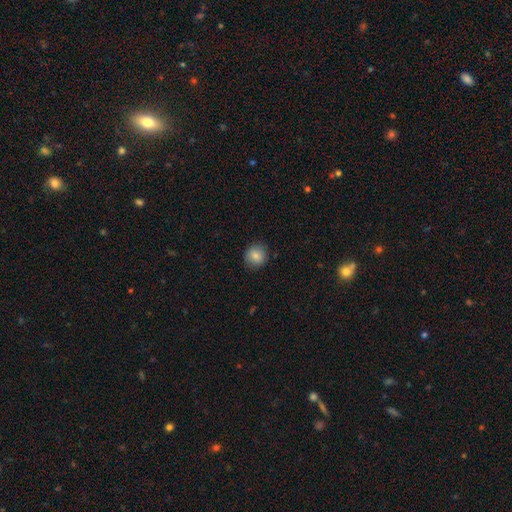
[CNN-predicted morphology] Smooth or featured? smooth (84%)
How rounded? round (87%)
Merging? none (88%)